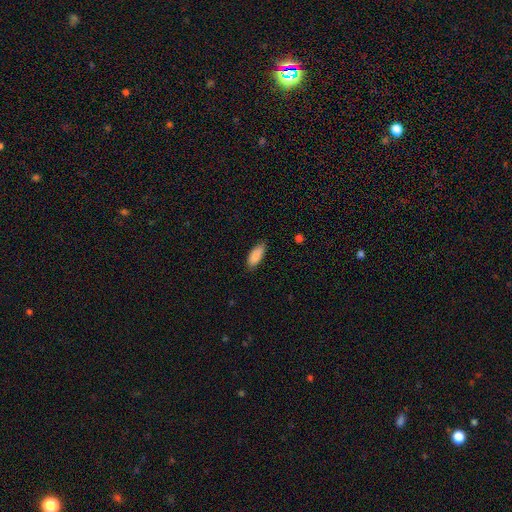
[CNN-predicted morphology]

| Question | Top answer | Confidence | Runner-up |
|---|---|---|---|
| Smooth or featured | smooth | 90% | star or artifact (6%) |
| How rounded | in between | 78% | cigar-shaped (20%) |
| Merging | none | 83% | minor disturbance (14%) |